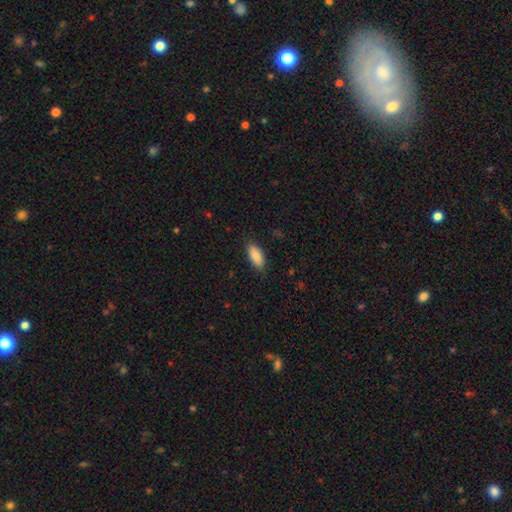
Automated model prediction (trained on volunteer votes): Smooth or featured? smooth (88%)
How rounded? in between (88%)
Merging? none (84%)